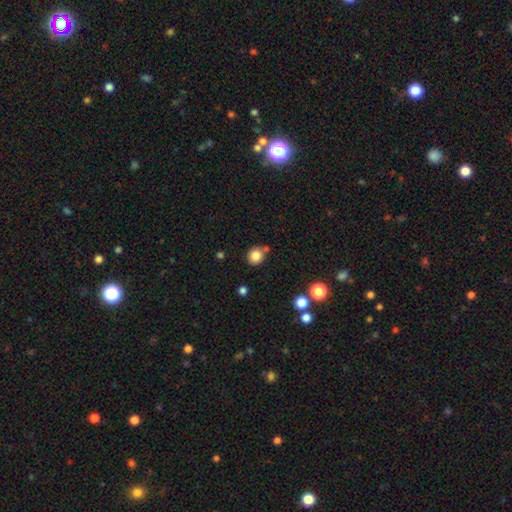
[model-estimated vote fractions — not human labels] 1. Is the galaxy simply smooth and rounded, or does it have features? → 84% smooth, 11% star or artifact, 5% featured or disk.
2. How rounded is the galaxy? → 87% round, 12% in between, 1% cigar-shaped.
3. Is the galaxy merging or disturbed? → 74% none, 12% minor disturbance, 12% merger, 3% major disturbance.